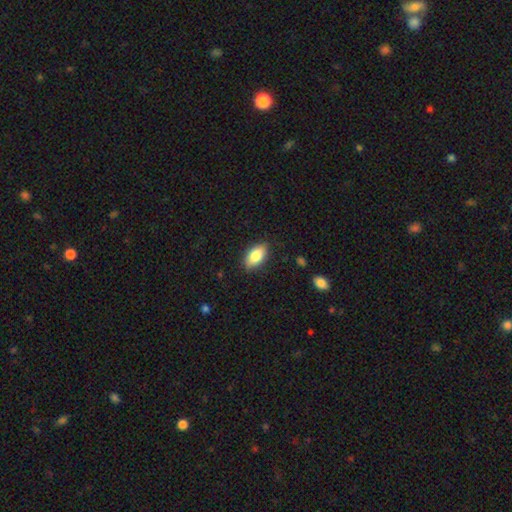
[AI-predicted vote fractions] Smooth or featured? smooth (84%)
How rounded? in between (90%)
Merging? none (85%)